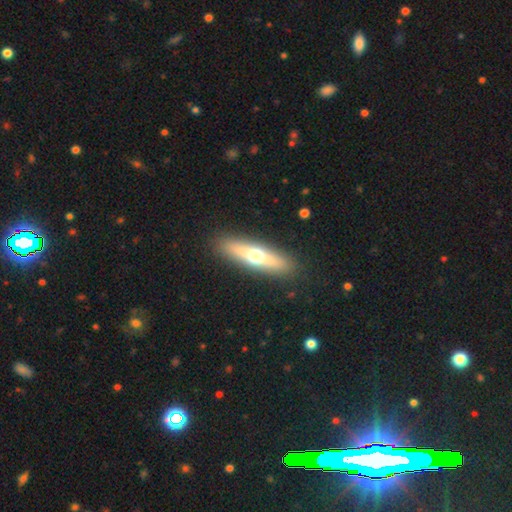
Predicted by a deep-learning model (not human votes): This appears to be a smooth galaxy with no disk features (47%). Merging: none (89%).